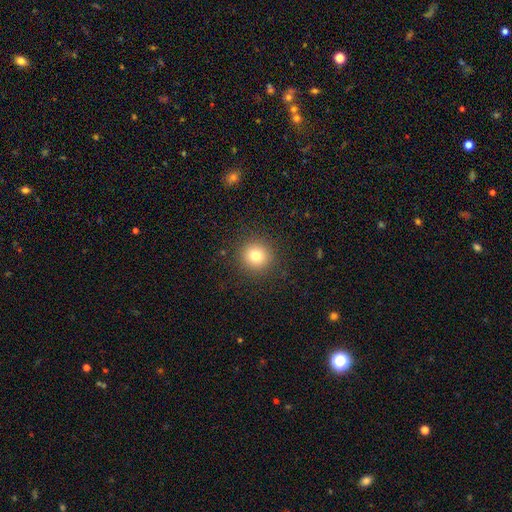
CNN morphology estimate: This appears to be a smooth galaxy with no disk features (79%) that is round (93%). Merging: none (90%).